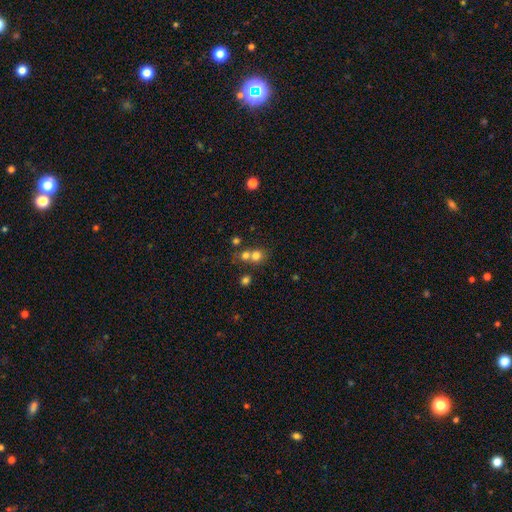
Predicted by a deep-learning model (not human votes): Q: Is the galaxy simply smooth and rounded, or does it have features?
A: smooth — 73%.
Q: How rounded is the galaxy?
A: round — 84%.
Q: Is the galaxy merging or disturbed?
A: merger — 47%.